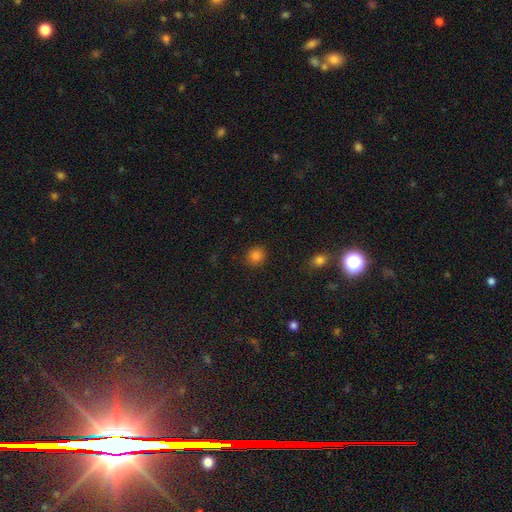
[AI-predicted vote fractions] Overall: smooth (83%). How rounded: round (84%). Merging: none (89%).